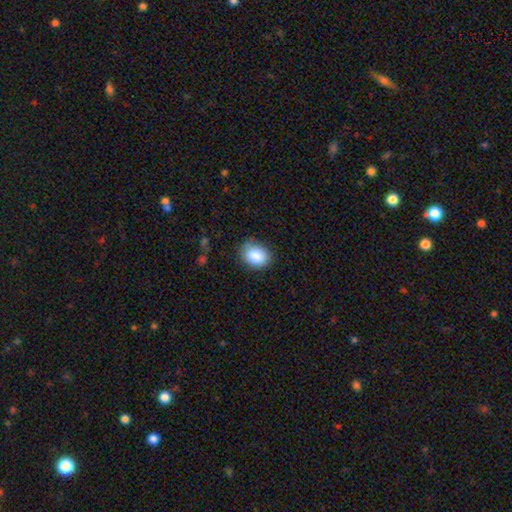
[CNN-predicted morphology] Overall: smooth (87%). How rounded: in between (61%; round 38%). Merging: none (76%).